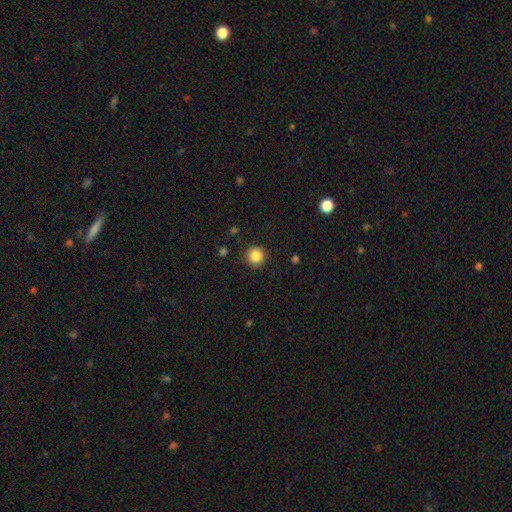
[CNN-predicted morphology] The model was most divided on "smooth or featured": smooth: 86%, star or artifact: 11%, featured or disk: 4%. More confident: how rounded — round (94%); merging — none (89%).